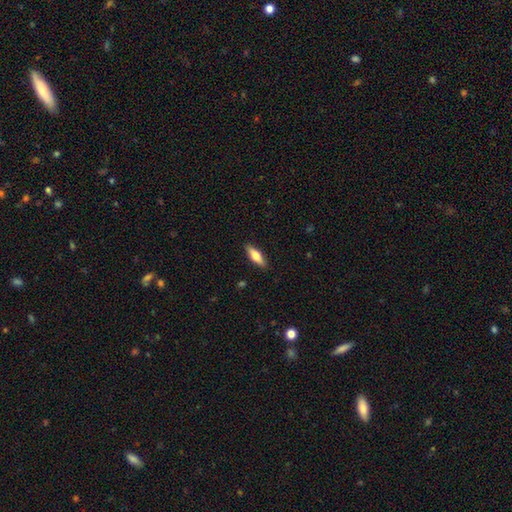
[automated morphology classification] A smooth galaxy with no disk features (63%) that is in between round and cigar-shaped (53%).

Vote fractions:
- Smooth or featured? smooth: 63% / featured or disk: 31% / star or artifact: 6%
- How rounded? in between: 53% / cigar-shaped: 45% / round: 2%
- Merging? none: 89% / minor disturbance: 8% / major disturbance: 2% / merger: 1%